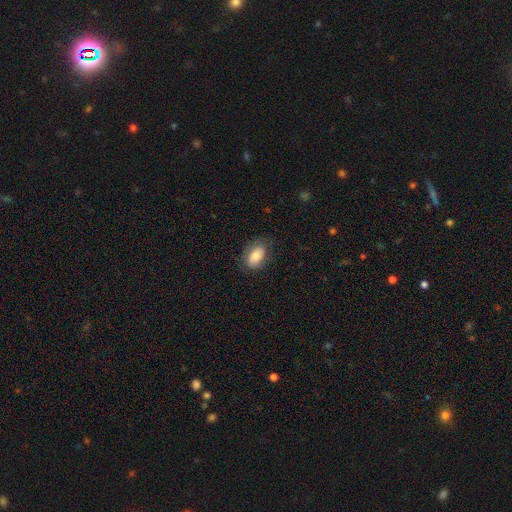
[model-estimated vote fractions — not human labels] smooth 78%, featured or disk 15%, star or artifact 7%. Down the decision tree: how rounded — in between (89%); merging — none (73%).